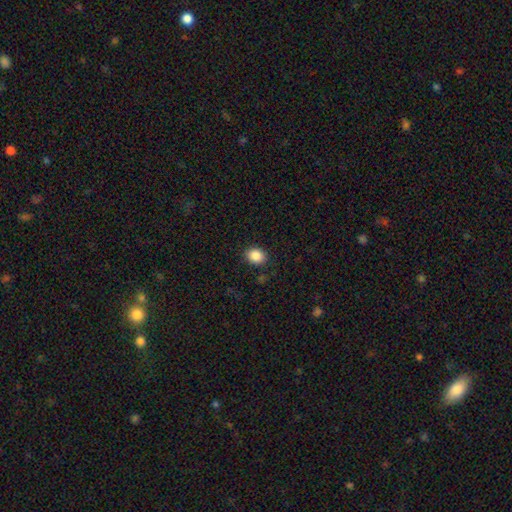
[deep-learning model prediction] smooth-or-featured: smooth: 87% | star or artifact: 9% | featured or disk: 4%
  how-rounded: round: 58% | in between: 41% | cigar-shaped: 1%
  merging: none: 88% | minor disturbance: 8% | major disturbance: 2% | merger: 1%